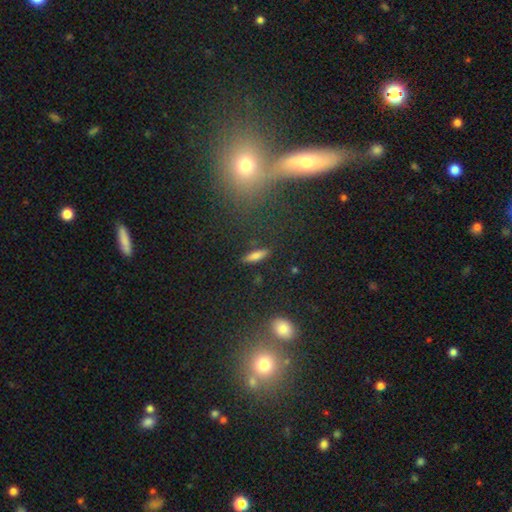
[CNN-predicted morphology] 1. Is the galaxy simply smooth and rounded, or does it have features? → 73% smooth, 16% featured or disk, 10% star or artifact.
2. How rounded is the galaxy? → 61% cigar-shaped, 35% in between, 4% round.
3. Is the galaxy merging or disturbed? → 86% none, 9% minor disturbance, 3% major disturbance, 2% merger.